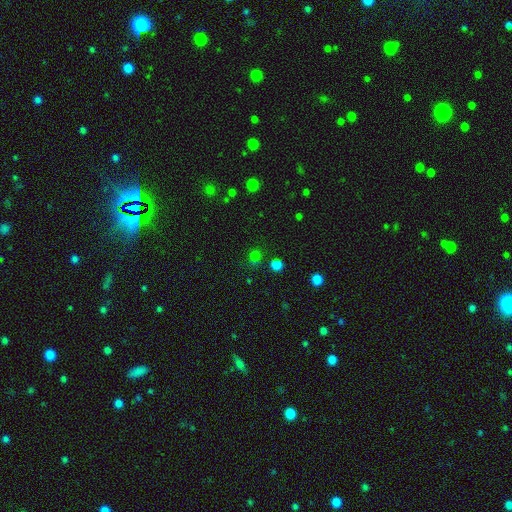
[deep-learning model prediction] The model was most divided on "smooth or featured": smooth: 59%, star or artifact: 35%, featured or disk: 6%. More confident: how rounded — round (79%); merging — none (72%).